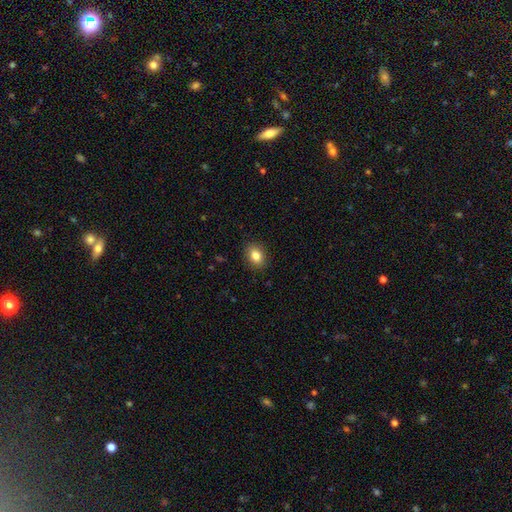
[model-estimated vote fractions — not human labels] smooth 83%, star or artifact 9%, featured or disk 7%. Down the decision tree: how rounded — in between (61%); merging — none (89%).